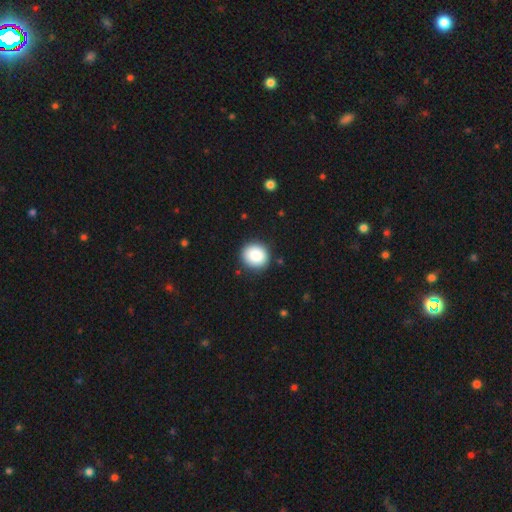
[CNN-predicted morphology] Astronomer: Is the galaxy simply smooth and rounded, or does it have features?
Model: smooth — 88%.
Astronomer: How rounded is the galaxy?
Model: round — 89%.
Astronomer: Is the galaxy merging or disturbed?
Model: none — 89%.